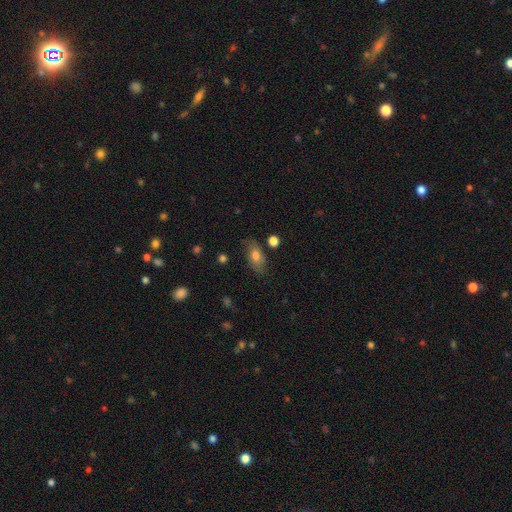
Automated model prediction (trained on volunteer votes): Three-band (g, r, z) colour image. It shows a smooth galaxy with no disk features (70%) that is in between round and cigar-shaped (85%). Merging: none (72%).